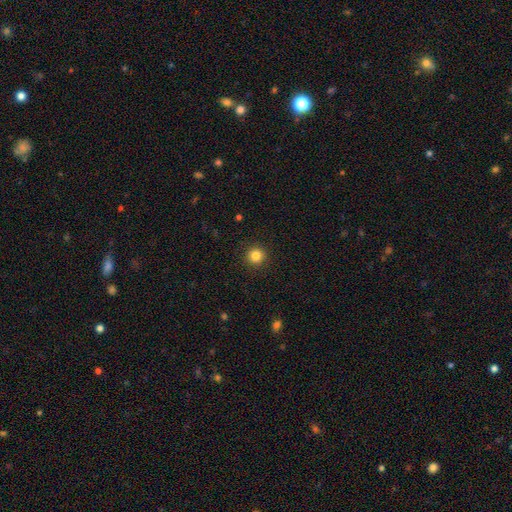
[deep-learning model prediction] Q: Smooth or featured?
A: smooth (83%); runner-up: star or artifact (12%)
Q: How rounded?
A: round (95%); runner-up: in between (4%)
Q: Merging?
A: none (92%); runner-up: minor disturbance (5%)